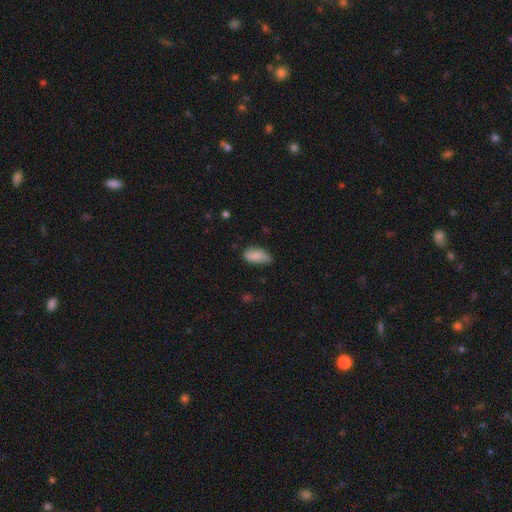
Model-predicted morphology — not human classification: Overall: smooth (79%). How rounded: in between (91%). Merging: none (56%; minor disturbance 35%).